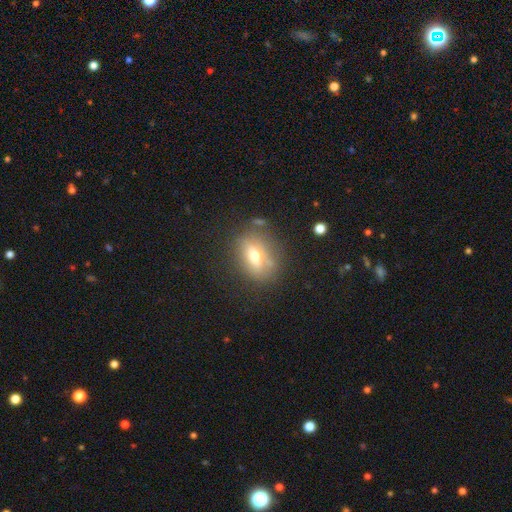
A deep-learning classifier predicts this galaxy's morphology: A smooth galaxy with no disk features (55%) that is in between round and cigar-shaped (68%).

Vote fractions:
- Smooth or featured? smooth: 55% / featured or disk: 33% / star or artifact: 12%
- How rounded? in between: 68% / round: 24% / cigar-shaped: 7%
- Merging? none: 70% / minor disturbance: 18% / major disturbance: 7% / merger: 5%